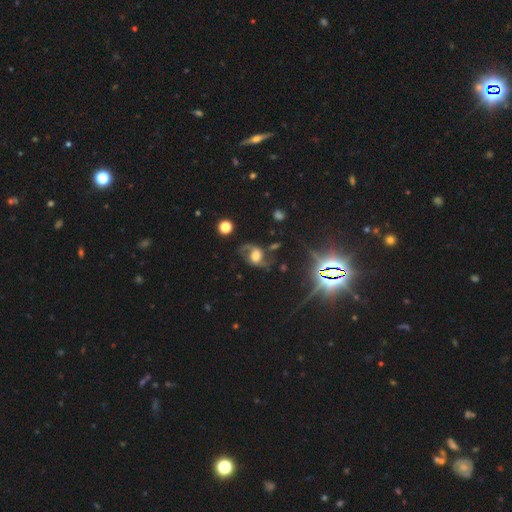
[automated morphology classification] smooth_or_featured: featured or disk (p=0.72) [alt: smooth p=0.15]
disk_edge_on: no (p=0.96) [alt: yes p=0.04]
bar: no (p=0.49) [alt: weak p=0.37]
has_spiral_arms: yes (p=0.90) [alt: no p=0.10]
spiral_winding: loose (p=0.57) [alt: medium p=0.35]
spiral_arm_count: 2 (p=0.89) [alt: 1 p=0.04]
bulge_size: large (p=0.43) [alt: moderate p=0.38]
merging: none (p=0.62) [alt: minor disturbance p=0.18]